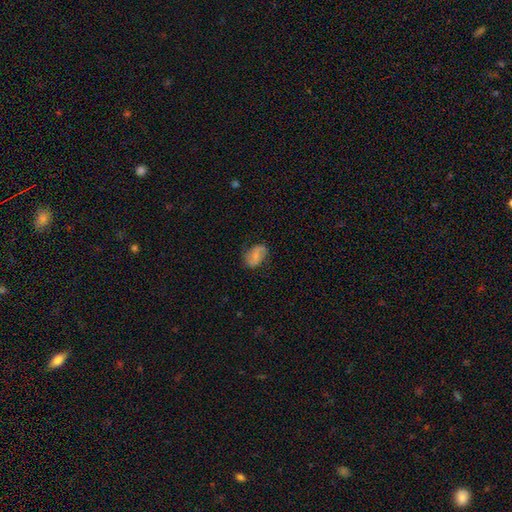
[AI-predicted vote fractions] Overall: smooth (50%; featured or disk 42%). Merging: none (68%).